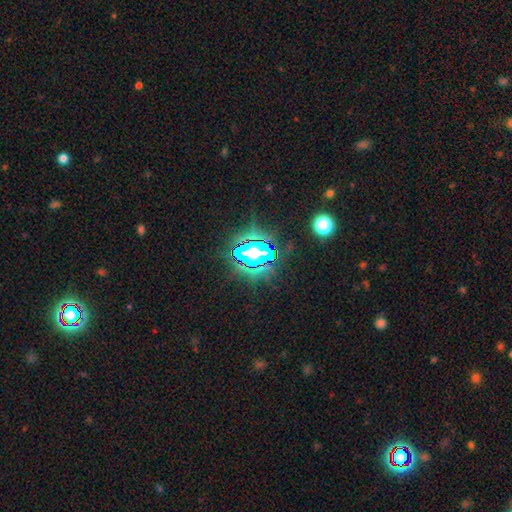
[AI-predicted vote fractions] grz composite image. It shows a star or artifact, not a galaxy (79%).